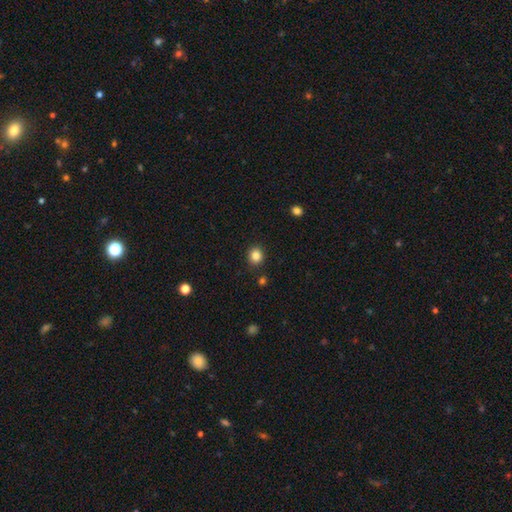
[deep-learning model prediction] Smooth or featured?
  - smooth: 84% *
  - star or artifact: 11%
  - featured or disk: 5%
How rounded?
  - round: 83% *
  - in between: 16%
  - cigar-shaped: 1%
Merging?
  - none: 89% *
  - minor disturbance: 7%
  - major disturbance: 2%
  - merger: 2%